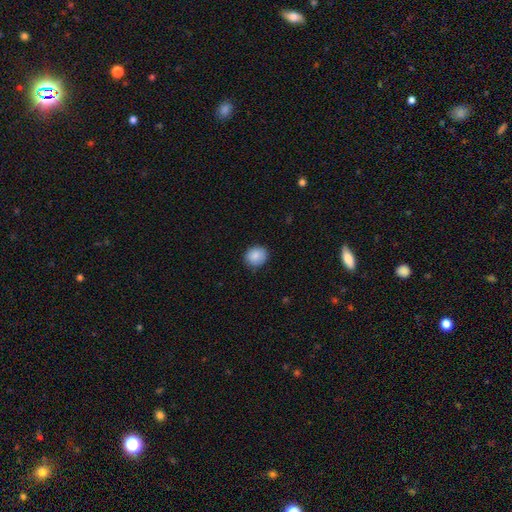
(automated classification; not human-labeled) Smooth or featured? Predicted: smooth (p=0.87). How rounded? Predicted: round (p=0.80). Merging? Predicted: none (p=0.85).